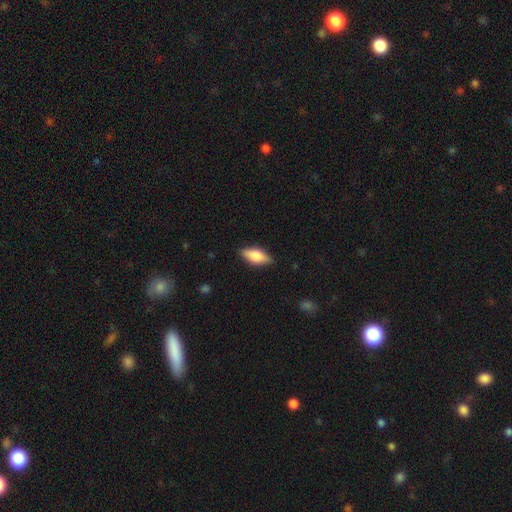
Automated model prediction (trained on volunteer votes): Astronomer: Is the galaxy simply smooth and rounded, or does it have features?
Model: smooth — 72%.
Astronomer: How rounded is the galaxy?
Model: in between — 77%.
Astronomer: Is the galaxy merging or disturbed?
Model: none — 85%.